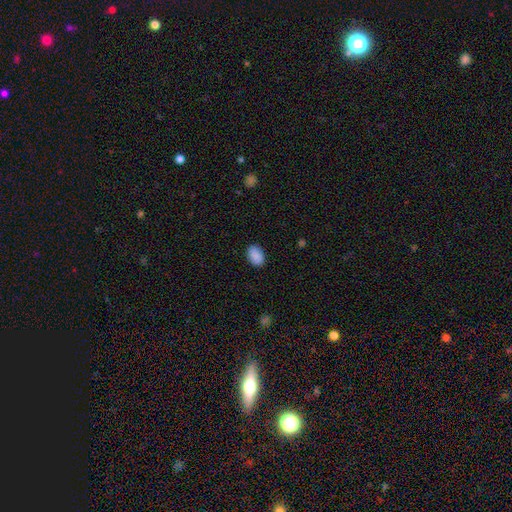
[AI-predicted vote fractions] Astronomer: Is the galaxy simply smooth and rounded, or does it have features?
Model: smooth — 89%.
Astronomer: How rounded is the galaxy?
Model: in between — 84%.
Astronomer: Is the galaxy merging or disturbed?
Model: none — 85%.